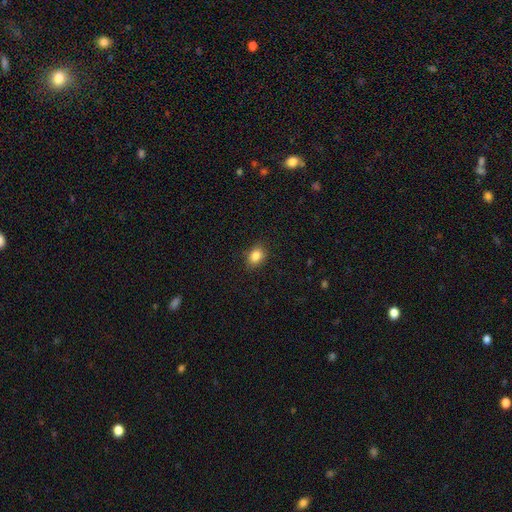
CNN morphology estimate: Overall: smooth (85%). How rounded: in between (69%; round 30%). Merging: none (85%).